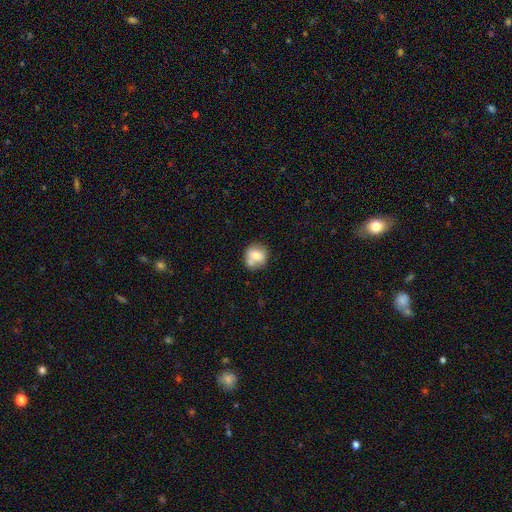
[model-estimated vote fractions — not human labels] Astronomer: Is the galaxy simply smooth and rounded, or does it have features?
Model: smooth — 71%.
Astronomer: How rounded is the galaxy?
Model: round — 80%.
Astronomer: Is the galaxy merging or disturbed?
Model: none — 53%.